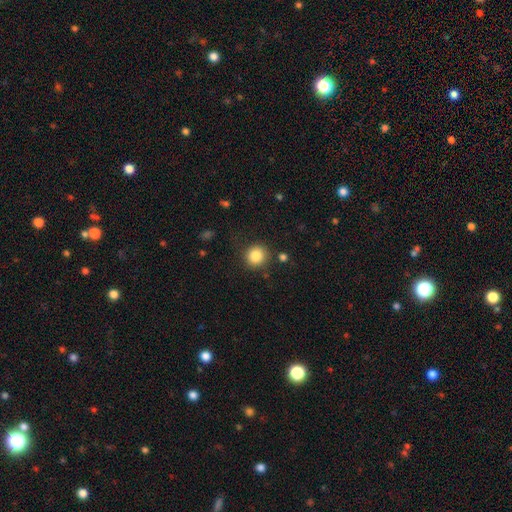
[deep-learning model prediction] smooth-or-featured: smooth: 84% | star or artifact: 10% | featured or disk: 6%
  how-rounded: round: 91% | in between: 8% | cigar-shaped: 1%
  merging: none: 84% | minor disturbance: 9% | major disturbance: 4% | merger: 3%